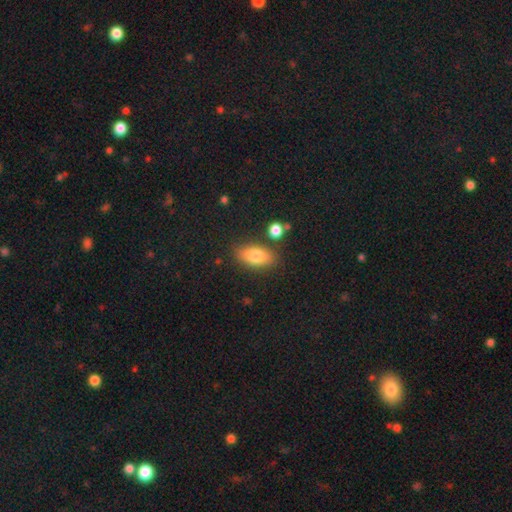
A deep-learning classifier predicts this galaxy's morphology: smooth-or-featured: smooth: 78% | featured or disk: 14% | star or artifact: 8%
  how-rounded: in between: 87% | cigar-shaped: 7% | round: 6%
  merging: none: 80% | minor disturbance: 11% | merger: 5% | major disturbance: 3%